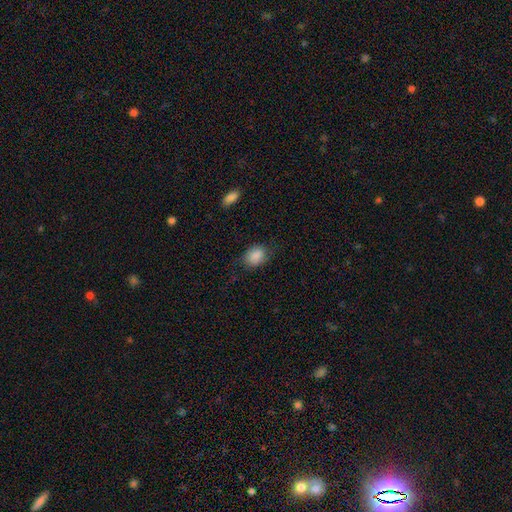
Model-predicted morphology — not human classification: Q: Smooth or featured?
A: smooth (86%); runner-up: star or artifact (8%)
Q: How rounded?
A: in between (66%); runner-up: round (33%)
Q: Merging?
A: none (72%); runner-up: minor disturbance (20%)